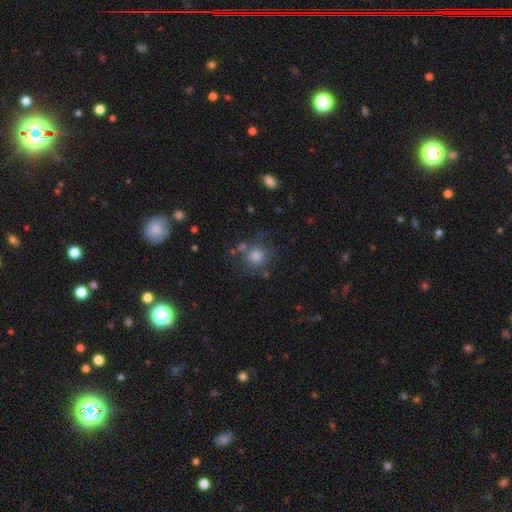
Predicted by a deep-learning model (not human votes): Smooth or featured? smooth (74%)
How rounded? round (90%)
Merging? none (69%)